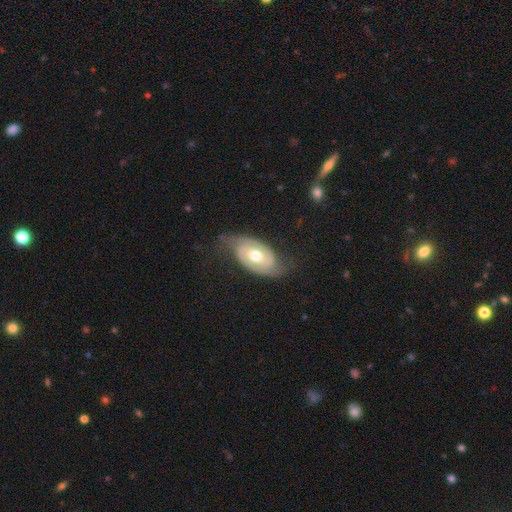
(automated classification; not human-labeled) Smooth or featured?
  - featured or disk: 81% *
  - smooth: 14%
  - star or artifact: 5%
Edge-on disk?
  - no: 95% *
  - yes: 5%
Bar?
  - no: 59% *
  - weak: 31%
  - strong: 10%
Spiral arms?
  - yes: 91% *
  - no: 9%
Spiral winding?
  - tight: 40% * (tied)
  - medium: 40% * (tied)
  - loose: 20%
Spiral arm count?
  - 2: 88% *
  - can't tell: 7%
  - 1: 2%
  - 3: 1%
  - 4: 1%
  - more than 4: 1%
Bulge size?
  - moderate: 77% *
  - small: 11%
  - large: 10%
  - dominant: 1%
  - none: 1%
Merging?
  - none: 66% *
  - minor disturbance: 22%
  - major disturbance: 10%
  - merger: 1%